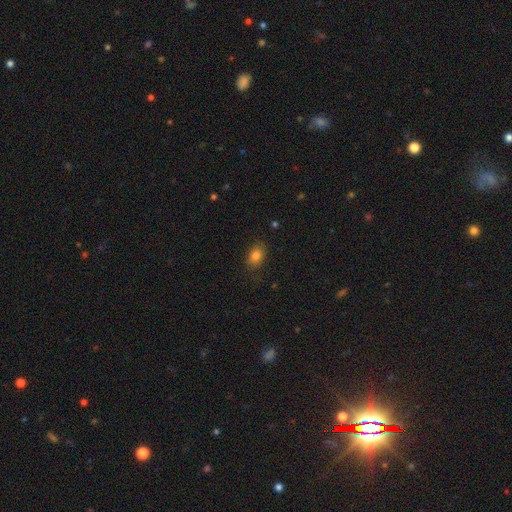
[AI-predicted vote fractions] A smooth galaxy with no disk features (81%) that is in between round and cigar-shaped (76%).

Vote fractions:
- Smooth or featured? smooth: 81% / star or artifact: 11% / featured or disk: 8%
- How rounded? in between: 76% / round: 23% / cigar-shaped: 2%
- Merging? none: 81% / minor disturbance: 14% / major disturbance: 3% / merger: 1%